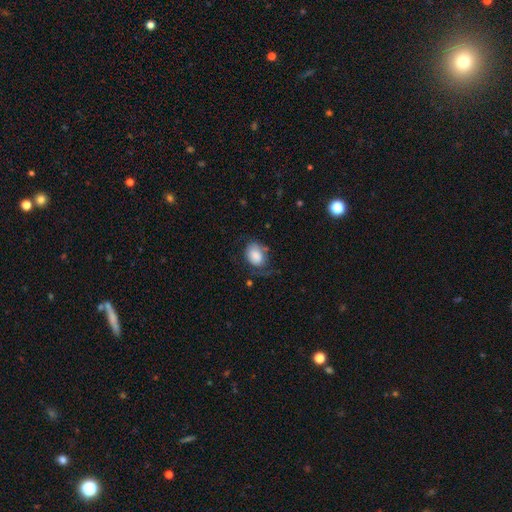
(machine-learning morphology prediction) smooth_or_featured: smooth (p=0.79) [alt: featured or disk p=0.13]
how_rounded: in between (p=0.74) [alt: round p=0.25]
merging: none (p=0.44) [alt: minor disturbance p=0.31]